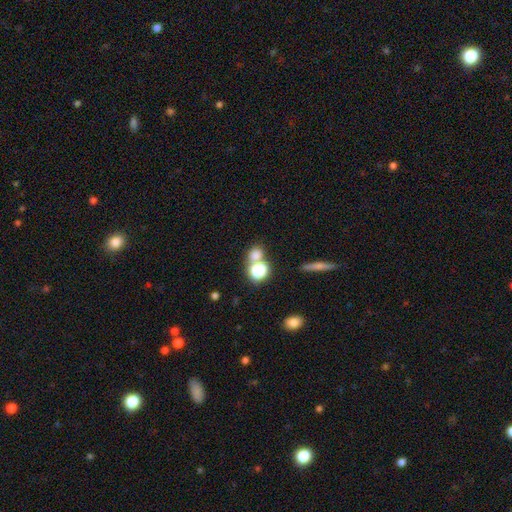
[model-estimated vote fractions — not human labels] Smooth or featured?
  - smooth: 70% *
  - star or artifact: 20%
  - featured or disk: 10%
How rounded?
  - round: 71% *
  - in between: 26%
  - cigar-shaped: 3%
Merging?
  - none: 54% *
  - merger: 34%
  - minor disturbance: 8%
  - major disturbance: 4%